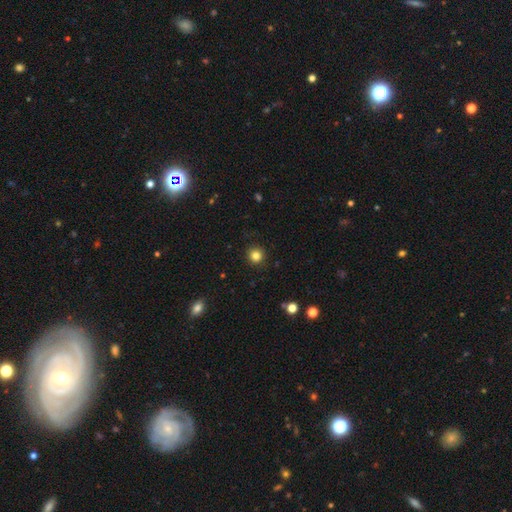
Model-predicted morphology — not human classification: smooth-or-featured: smooth: 84% | star or artifact: 12% | featured or disk: 4%
  how-rounded: round: 94% | in between: 5% | cigar-shaped: 1%
  merging: none: 92% | minor disturbance: 5% | major disturbance: 2% | merger: 1%